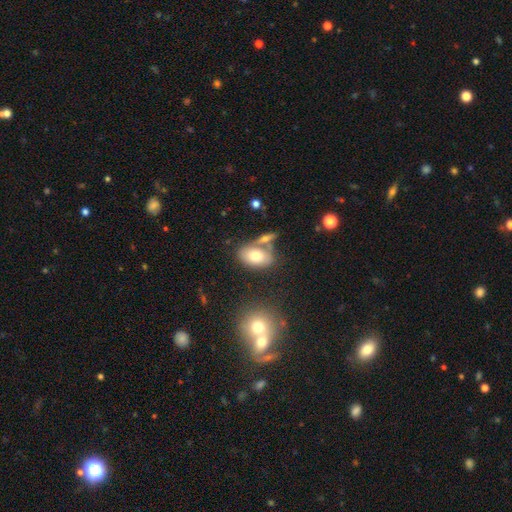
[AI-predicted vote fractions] Overall: smooth (71%). How rounded: in between (88%). Merging: none (56%; merger 25%).